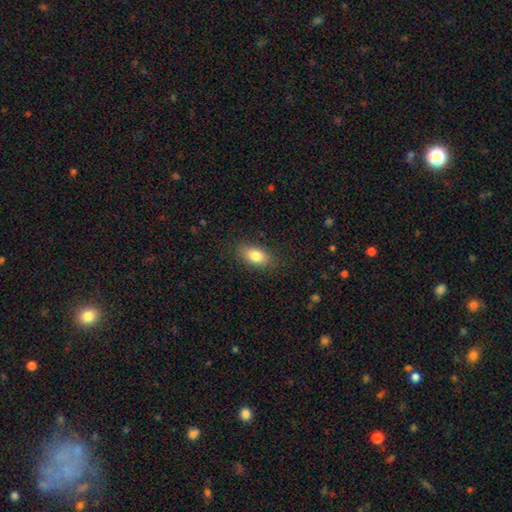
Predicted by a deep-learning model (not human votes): A smooth galaxy with no disk features (83%) that is in between round and cigar-shaped (89%).

Vote fractions:
- Smooth or featured? smooth: 83% / featured or disk: 9% / star or artifact: 8%
- How rounded? in between: 89% / round: 7% / cigar-shaped: 5%
- Merging? none: 85% / minor disturbance: 11% / major disturbance: 3% / merger: 1%